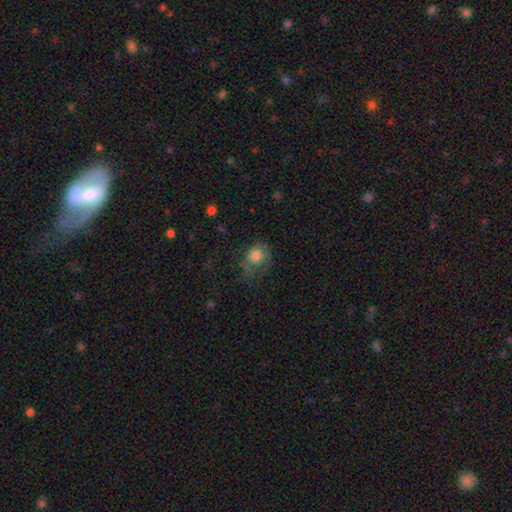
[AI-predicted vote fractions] Smooth or featured?
  - smooth: 74% *
  - featured or disk: 16%
  - star or artifact: 10%
How rounded?
  - round: 67% *
  - in between: 32%
  - cigar-shaped: 1%
Merging?
  - none: 38% *
  - major disturbance: 33%
  - minor disturbance: 27%
  - merger: 2%